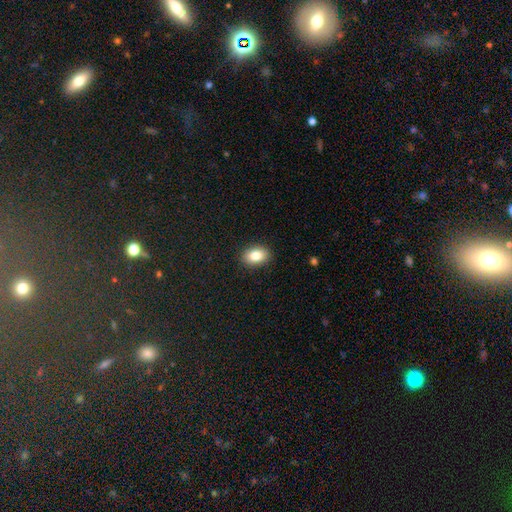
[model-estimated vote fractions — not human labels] Smooth or featured? smooth (83%)
How rounded? in between (83%)
Merging? none (90%)